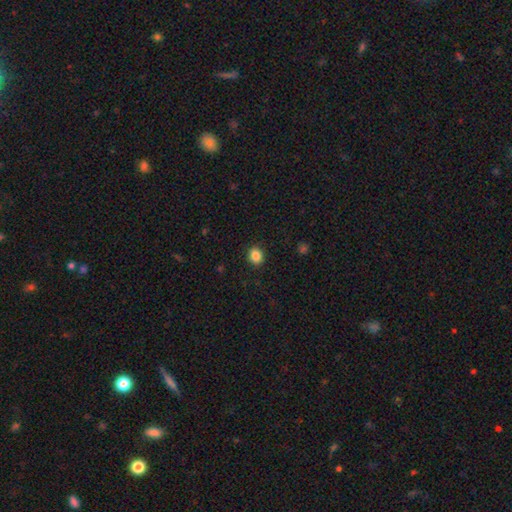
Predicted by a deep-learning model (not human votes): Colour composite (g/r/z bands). It shows a smooth galaxy with no disk features (86%) that is round (65%). Merging: none (89%).